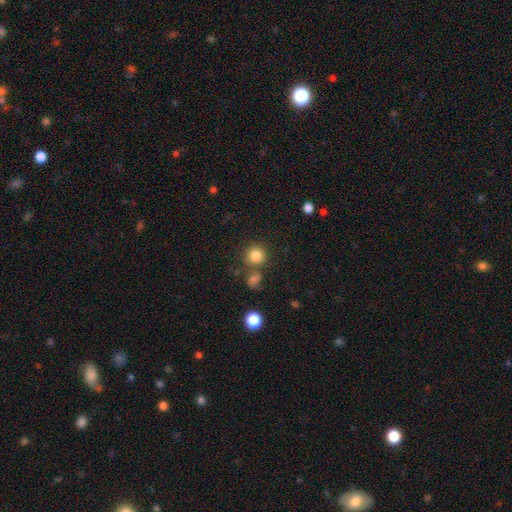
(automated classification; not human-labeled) The model was most divided on "merging": none: 72%, merger: 15%, minor disturbance: 9%, major disturbance: 4%. More confident: how rounded — round (92%); smooth or featured — smooth (83%).